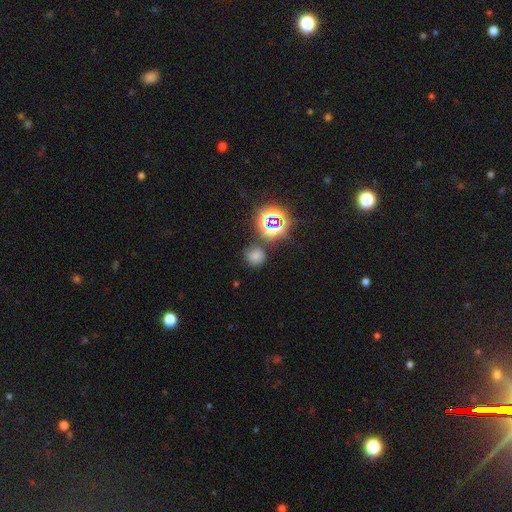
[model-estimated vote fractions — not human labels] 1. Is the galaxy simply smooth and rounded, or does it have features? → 62% smooth, 29% star or artifact, 9% featured or disk.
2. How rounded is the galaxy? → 85% round, 14% in between, 1% cigar-shaped.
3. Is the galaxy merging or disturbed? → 75% none, 14% minor disturbance, 7% merger, 5% major disturbance.